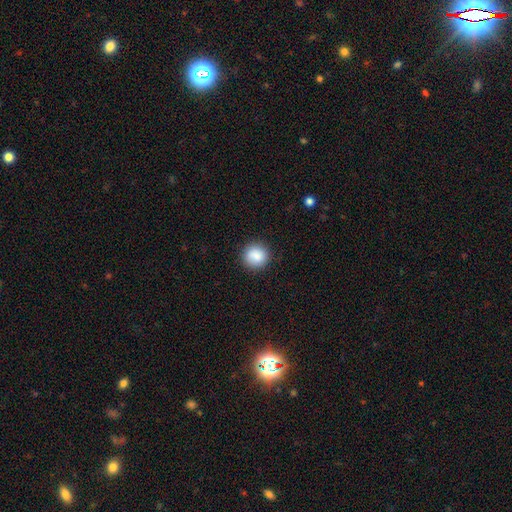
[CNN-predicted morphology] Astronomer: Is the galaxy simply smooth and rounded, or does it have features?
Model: smooth — 87%.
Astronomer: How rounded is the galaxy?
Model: round — 92%.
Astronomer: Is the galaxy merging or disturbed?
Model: none — 89%.